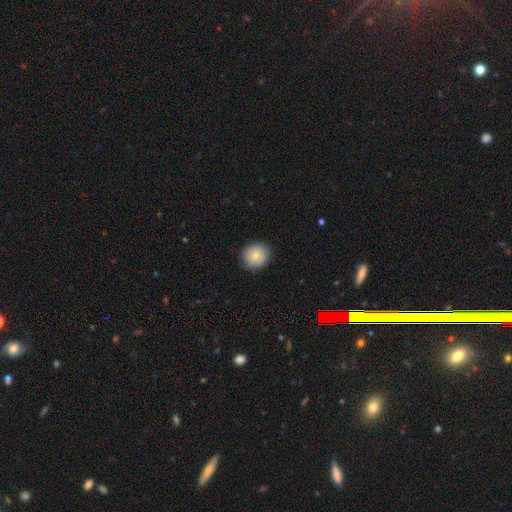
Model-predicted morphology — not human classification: Q: Smooth or featured?
A: smooth (78%); runner-up: featured or disk (13%)
Q: How rounded?
A: round (85%); runner-up: in between (14%)
Q: Merging?
A: none (86%); runner-up: minor disturbance (10%)